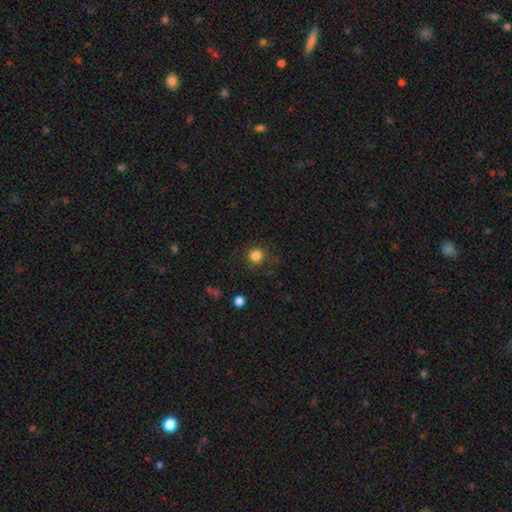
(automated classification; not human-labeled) smooth 84%, star or artifact 12%, featured or disk 4%. Down the decision tree: how rounded — round (94%); merging — none (85%).